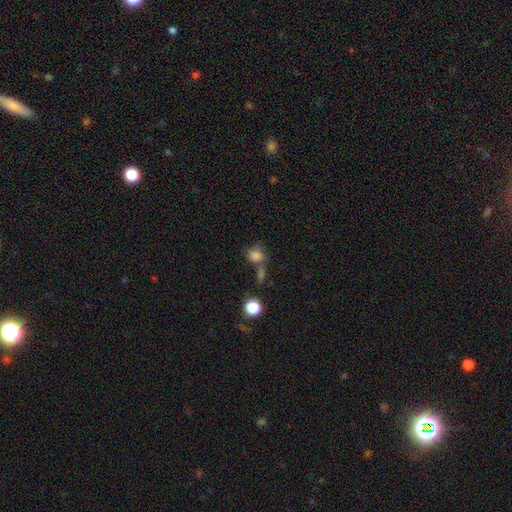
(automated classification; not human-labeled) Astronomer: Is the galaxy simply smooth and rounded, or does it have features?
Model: smooth — 79%.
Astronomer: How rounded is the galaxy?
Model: round — 61% (runner-up: in between, 37%).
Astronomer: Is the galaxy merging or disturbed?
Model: none — 43% (runner-up: merger, 30%).